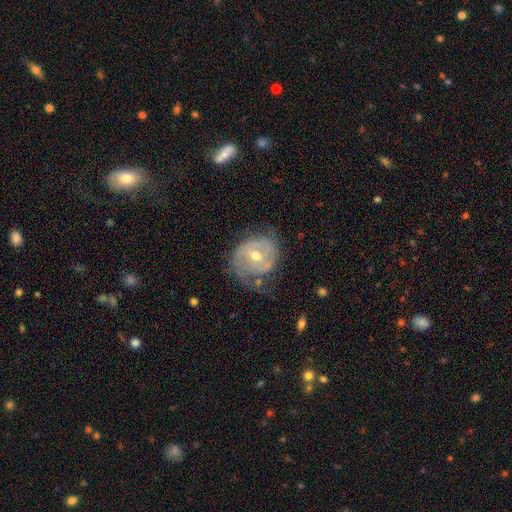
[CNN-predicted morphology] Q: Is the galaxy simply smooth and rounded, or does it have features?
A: featured or disk — 75%.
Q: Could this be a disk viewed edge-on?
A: no — 97%.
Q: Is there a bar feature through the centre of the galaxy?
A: no — 46%.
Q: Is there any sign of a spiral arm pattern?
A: yes — 82%.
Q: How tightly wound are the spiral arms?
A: tight — 51%.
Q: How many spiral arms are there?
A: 2 — 51%.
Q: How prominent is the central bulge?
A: moderate — 63%.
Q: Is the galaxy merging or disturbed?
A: none — 54%.